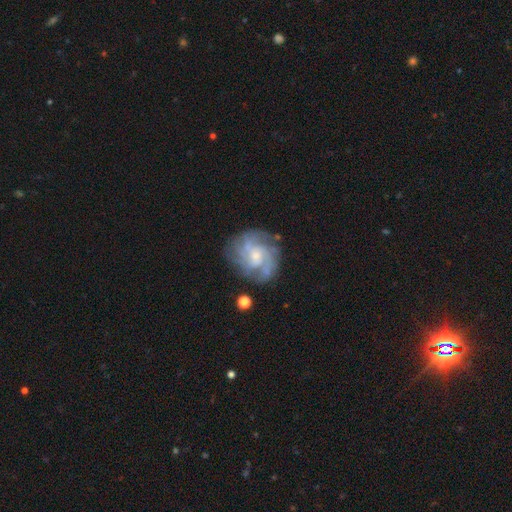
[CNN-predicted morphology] featured or disk 85%, smooth 9%, star or artifact 6%. Down the decision tree: edge-on disk — no (98%); bar — no (67%); spiral arms — yes (95%); spiral arm count — can't tell (27%); spiral winding — tight (52%); bulge size — small (68%); merging — none (74%).